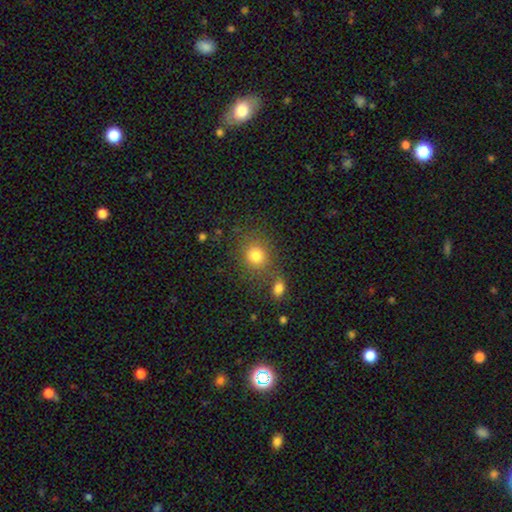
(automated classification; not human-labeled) This appears to be a smooth galaxy with no disk features (79%) that is round (80%). Merging: none (72%).